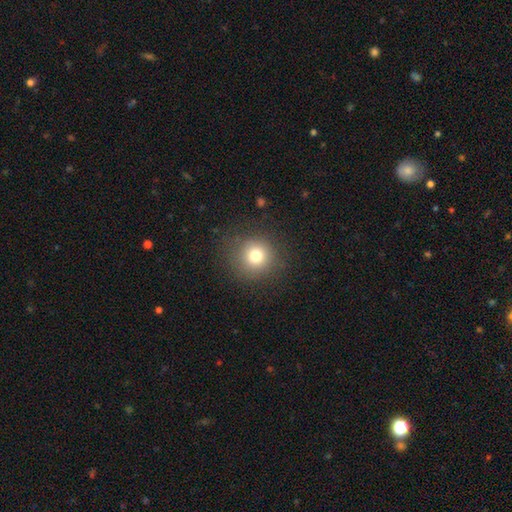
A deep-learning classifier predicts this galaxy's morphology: Smooth or featured? Predicted: smooth (p=0.77). How rounded? Predicted: round (p=0.92). Merging? Predicted: none (p=0.85).